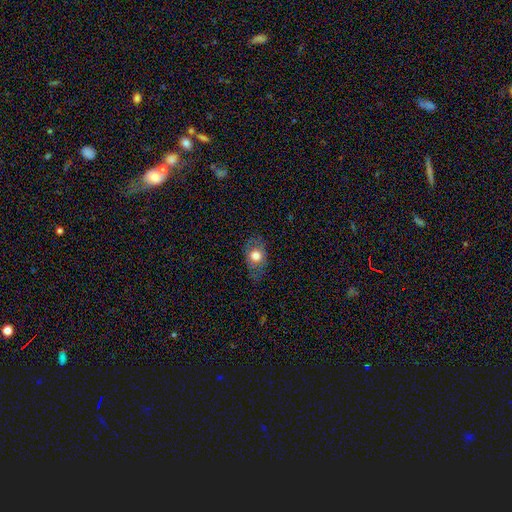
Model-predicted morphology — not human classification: Smooth or featured: smooth — 69% (featured or disk — 23%)
How rounded: in between — 75% (round — 22%)
Merging: none — 71% (minor disturbance — 21%)